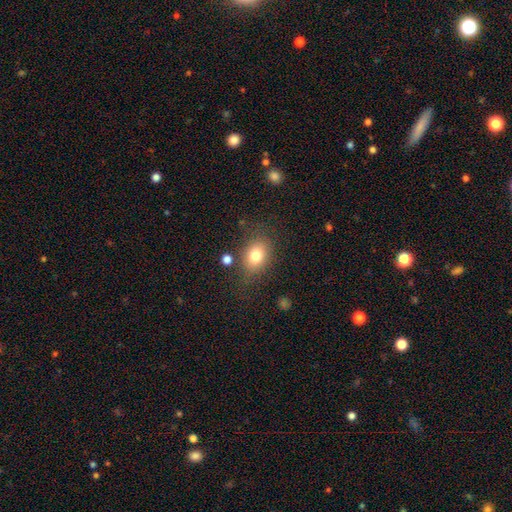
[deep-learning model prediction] Q: Smooth or featured?
A: smooth (78%); runner-up: featured or disk (11%)
Q: How rounded?
A: in between (65%); runner-up: round (34%)
Q: Merging?
A: none (77%); runner-up: minor disturbance (14%)